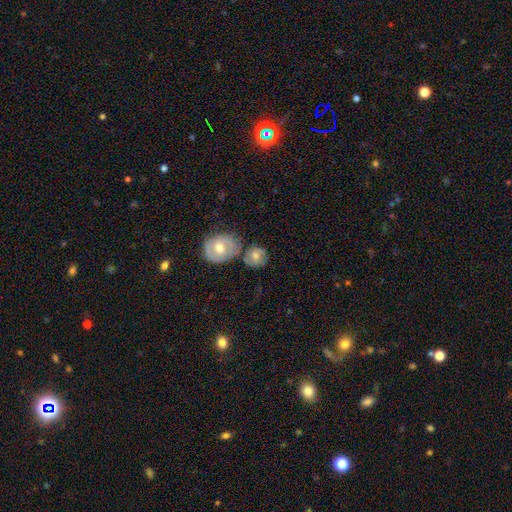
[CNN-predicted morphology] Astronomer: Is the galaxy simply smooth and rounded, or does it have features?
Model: smooth — 63%.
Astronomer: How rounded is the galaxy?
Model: round — 75%.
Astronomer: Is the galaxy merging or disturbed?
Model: none — 52%.